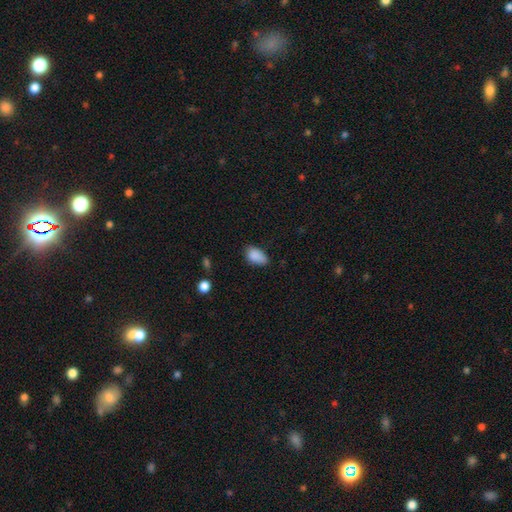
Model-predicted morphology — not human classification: type=smooth (87%); roundness=in between (91%); merging=none (65%).